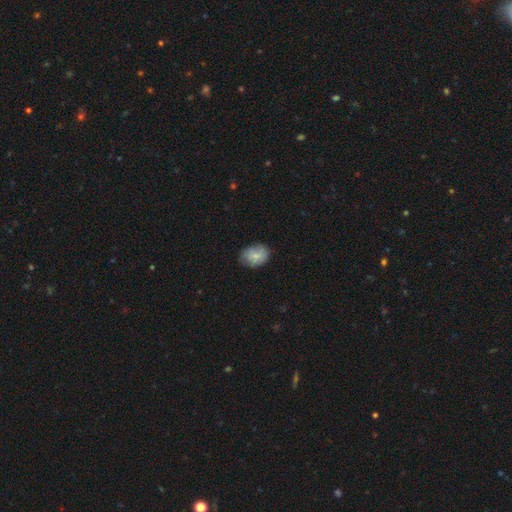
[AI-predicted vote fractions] A smooth galaxy with no disk features (76%) that is in between round and cigar-shaped (70%).

Vote fractions:
- Smooth or featured? smooth: 76% / featured or disk: 16% / star or artifact: 7%
- How rounded? in between: 70% / round: 29% / cigar-shaped: 1%
- Merging? none: 73% / minor disturbance: 21% / major disturbance: 4% / merger: 1%